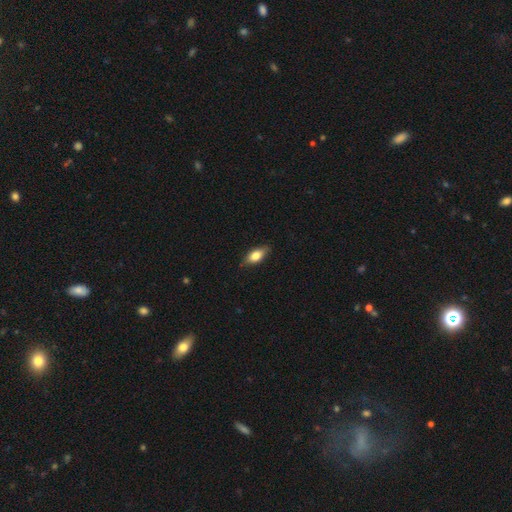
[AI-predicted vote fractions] Morphology: type=smooth (75%); roundness=in between (84%); merging=none (82%).